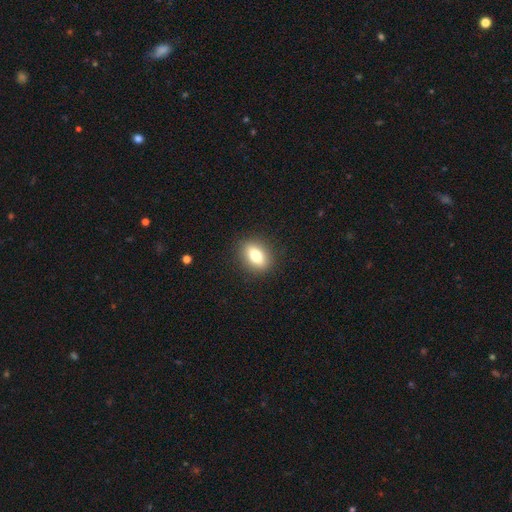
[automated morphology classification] Smooth or featured: smooth — 72% (featured or disk — 19%)
How rounded: in between — 72% (round — 22%)
Merging: none — 89% (minor disturbance — 8%)